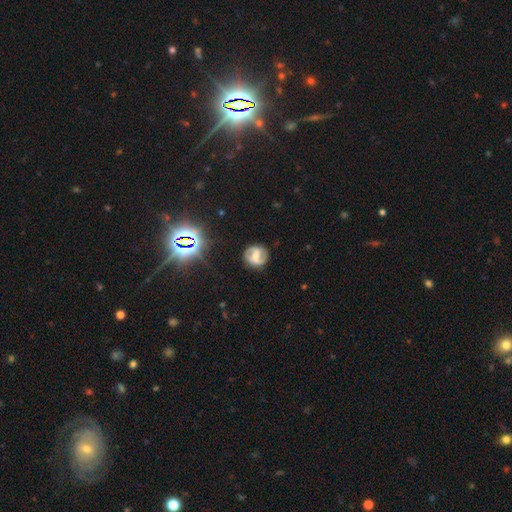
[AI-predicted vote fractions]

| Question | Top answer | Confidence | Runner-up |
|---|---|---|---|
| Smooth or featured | featured or disk | 64% | smooth (25%) |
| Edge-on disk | no | 97% | yes (3%) |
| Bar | strong | 42% | weak (40%) |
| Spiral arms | yes | 83% | no (17%) |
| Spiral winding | medium | 43% | tight (31%) |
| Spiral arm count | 2 | 84% | can't tell (9%) |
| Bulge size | moderate | 40% | small (38%) |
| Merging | none | 81% | minor disturbance (13%) |